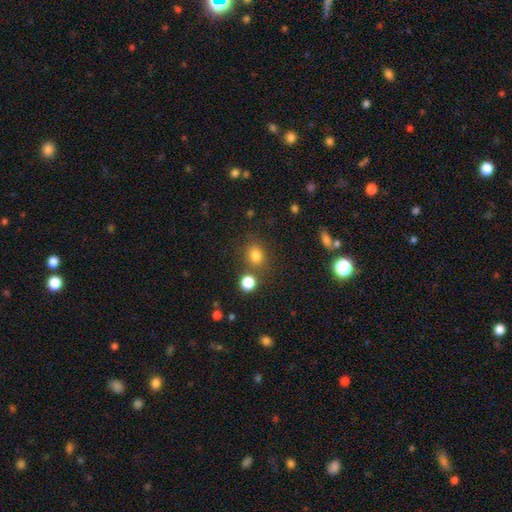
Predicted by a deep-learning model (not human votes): smooth 80%, star or artifact 14%, featured or disk 6%. Down the decision tree: how rounded — round (61%); merging — none (72%).